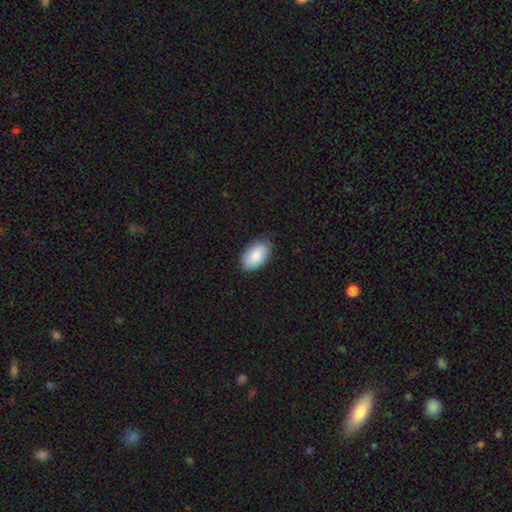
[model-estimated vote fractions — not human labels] Smooth or featured? Predicted: smooth (p=0.85). How rounded? Predicted: in between (p=0.94). Merging? Predicted: none (p=0.83).